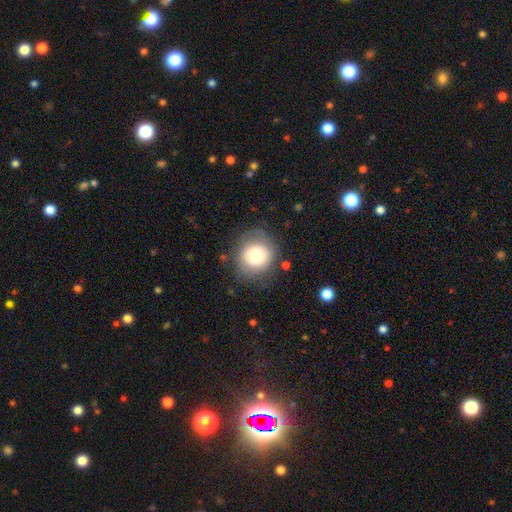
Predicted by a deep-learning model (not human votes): smooth 74%, featured or disk 17%, star or artifact 9%. Down the decision tree: how rounded — round (84%); merging — none (72%).